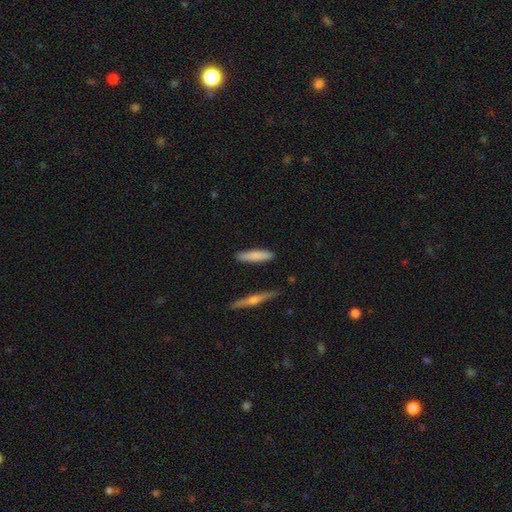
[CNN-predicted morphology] Smooth or featured?
  - smooth: 76% *
  - featured or disk: 18%
  - star or artifact: 6%
How rounded?
  - cigar-shaped: 76% *
  - in between: 22%
  - round: 2%
Merging?
  - none: 85% *
  - minor disturbance: 10%
  - merger: 3%
  - major disturbance: 2%